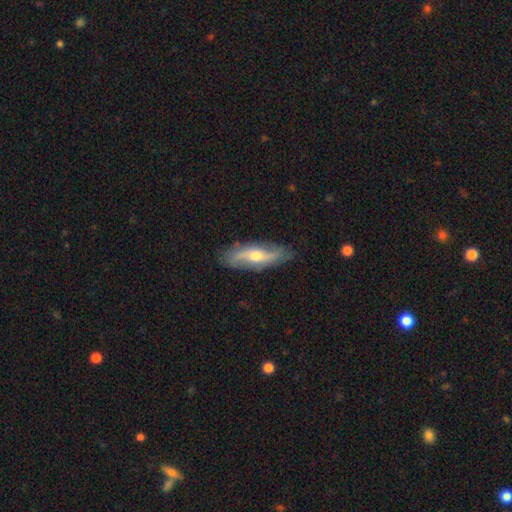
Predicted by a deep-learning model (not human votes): Overall: featured or disk (66%; smooth 28%). Edge-on disk: no (67%; yes 33%). Merging: none (81%).